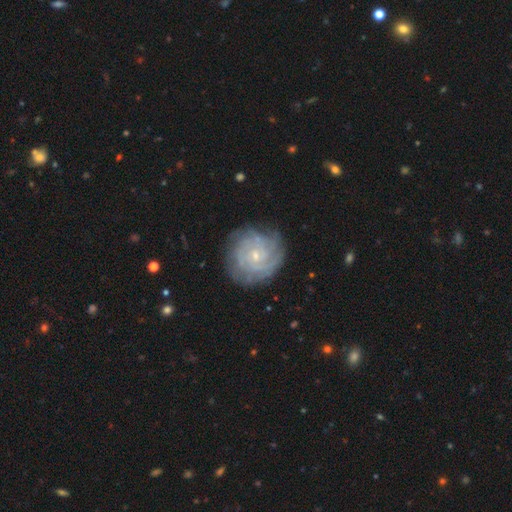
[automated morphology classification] featured or disk 78%, smooth 15%, star or artifact 7%. Down the decision tree: edge-on disk — no (98%); bar — no (72%); spiral arms — yes (92%); spiral arm count — can't tell (41%); spiral winding — tight (75%); bulge size — small (76%); merging — none (77%).